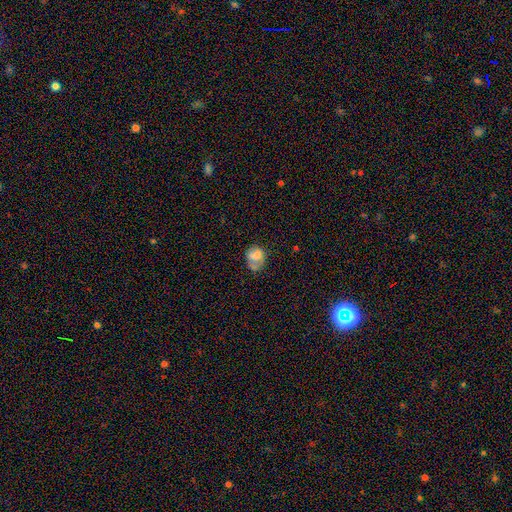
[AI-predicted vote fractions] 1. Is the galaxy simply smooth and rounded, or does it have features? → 65% smooth, 24% featured or disk, 10% star or artifact.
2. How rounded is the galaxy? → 57% round, 42% in between, 1% cigar-shaped.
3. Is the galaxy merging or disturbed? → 36% none, 28% minor disturbance, 21% major disturbance, 15% merger.